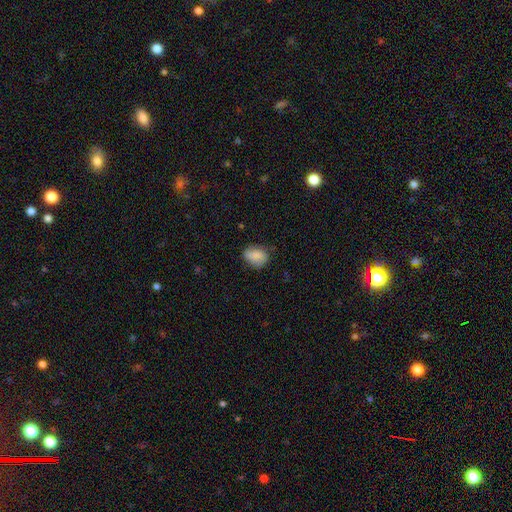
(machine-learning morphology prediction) Q: Smooth or featured?
A: smooth (82%); runner-up: featured or disk (10%)
Q: How rounded?
A: in between (74%); runner-up: round (25%)
Q: Merging?
A: none (61%); runner-up: minor disturbance (30%)